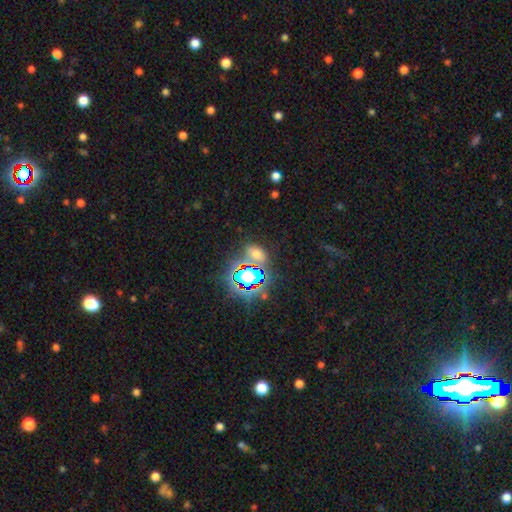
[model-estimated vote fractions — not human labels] Q: Smooth or featured?
A: star or artifact (66%); runner-up: smooth (25%)